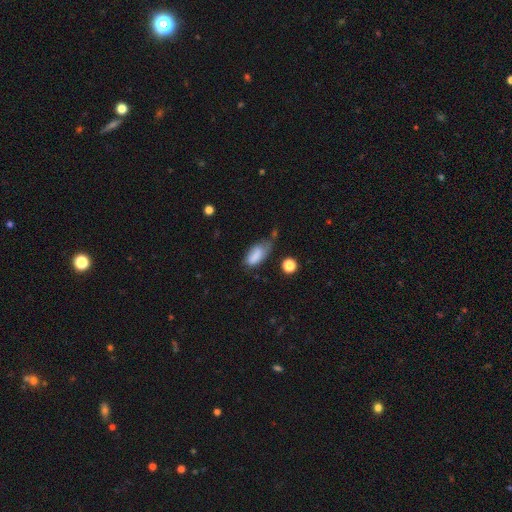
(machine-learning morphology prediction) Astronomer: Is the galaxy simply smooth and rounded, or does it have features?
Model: smooth — 79%.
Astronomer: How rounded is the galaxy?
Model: in between — 87%.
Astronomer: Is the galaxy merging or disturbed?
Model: minor disturbance — 40% (runner-up: none, 34%).